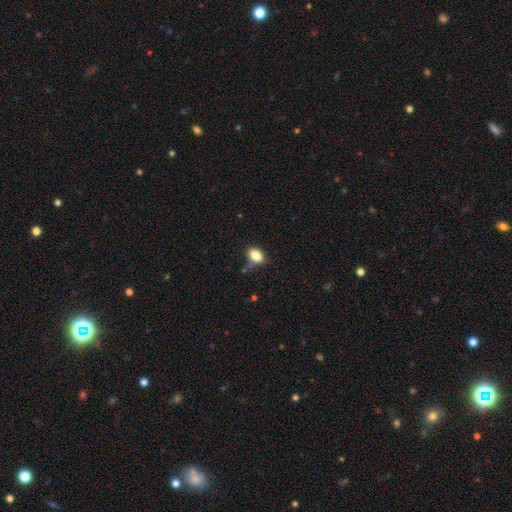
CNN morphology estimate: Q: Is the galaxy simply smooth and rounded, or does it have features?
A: smooth — 84%.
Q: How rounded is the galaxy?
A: in between — 85%.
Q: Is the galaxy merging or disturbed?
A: none — 67%.